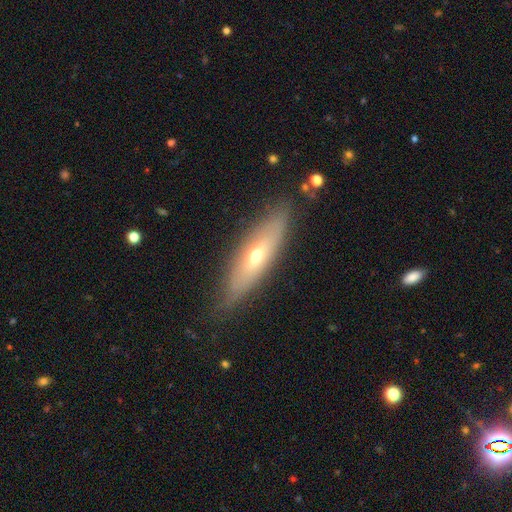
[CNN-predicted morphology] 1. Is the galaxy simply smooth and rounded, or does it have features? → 52% featured or disk, 40% smooth, 8% star or artifact.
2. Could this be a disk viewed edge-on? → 67% yes, 33% no.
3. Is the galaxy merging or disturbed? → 82% none, 13% minor disturbance, 3% major disturbance, 1% merger.